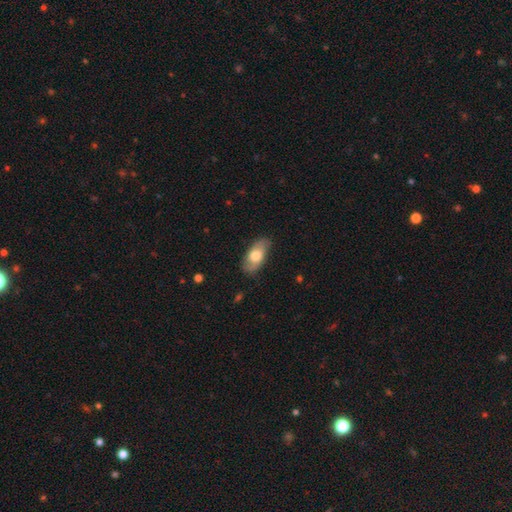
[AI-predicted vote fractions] Q: Smooth or featured?
A: smooth (67%); runner-up: featured or disk (27%)
Q: How rounded?
A: in between (89%); runner-up: cigar-shaped (7%)
Q: Merging?
A: none (80%); runner-up: minor disturbance (15%)